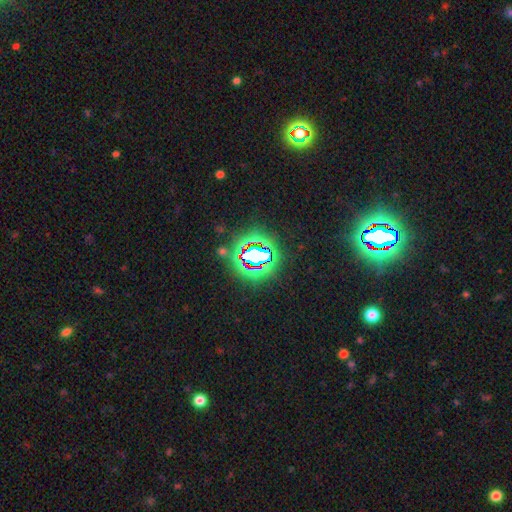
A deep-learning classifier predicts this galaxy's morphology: Smooth or featured: star or artifact — 74% (smooth — 16%)